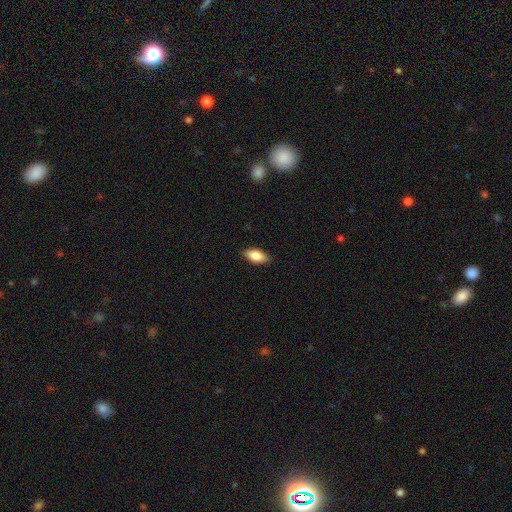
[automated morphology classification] Q: Smooth or featured?
A: smooth (82%); runner-up: featured or disk (12%)
Q: How rounded?
A: in between (85%); runner-up: cigar-shaped (13%)
Q: Merging?
A: none (88%); runner-up: minor disturbance (9%)